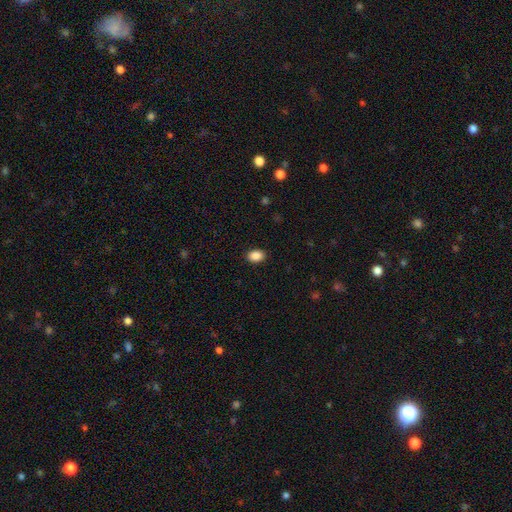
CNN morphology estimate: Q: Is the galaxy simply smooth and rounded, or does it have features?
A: smooth — 88%.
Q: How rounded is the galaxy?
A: in between — 78%.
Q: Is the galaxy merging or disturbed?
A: none — 90%.